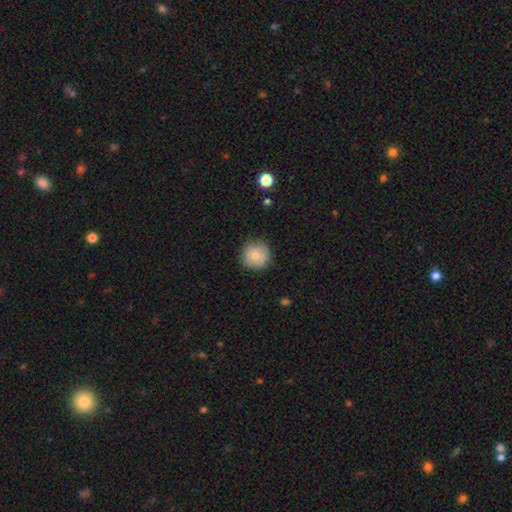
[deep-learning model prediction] Smooth or featured? Predicted: smooth (p=0.77). How rounded? Predicted: round (p=0.94). Merging? Predicted: none (p=0.85).